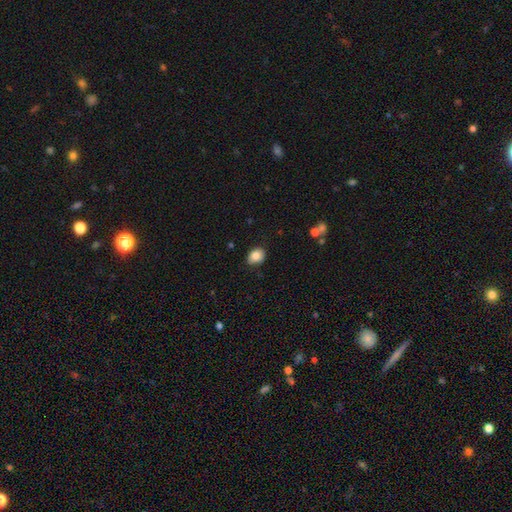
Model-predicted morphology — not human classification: The model was most divided on "how rounded": in between: 67%, round: 32%, cigar-shaped: 1%. More confident: smooth or featured — smooth (84%); merging — none (80%).